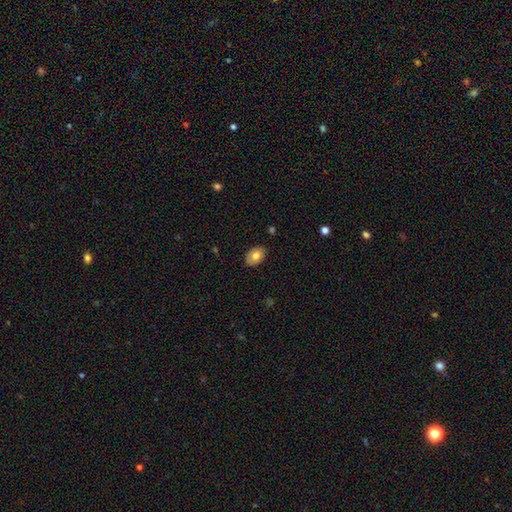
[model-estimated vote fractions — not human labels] Smooth or featured?
  - smooth: 74% *
  - featured or disk: 18%
  - star or artifact: 8%
How rounded?
  - in between: 79% *
  - round: 20%
  - cigar-shaped: 1%
Merging?
  - none: 84% *
  - minor disturbance: 12%
  - major disturbance: 2%
  - merger: 1%